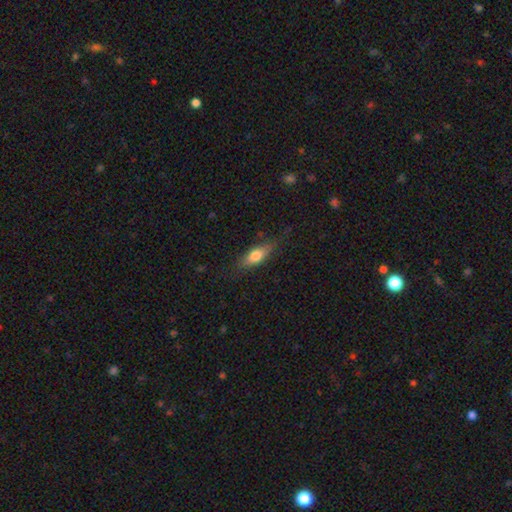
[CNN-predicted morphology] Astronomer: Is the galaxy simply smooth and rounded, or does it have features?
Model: smooth — 70%.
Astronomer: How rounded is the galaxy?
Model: in between — 64%.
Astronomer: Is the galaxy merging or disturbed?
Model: none — 78%.